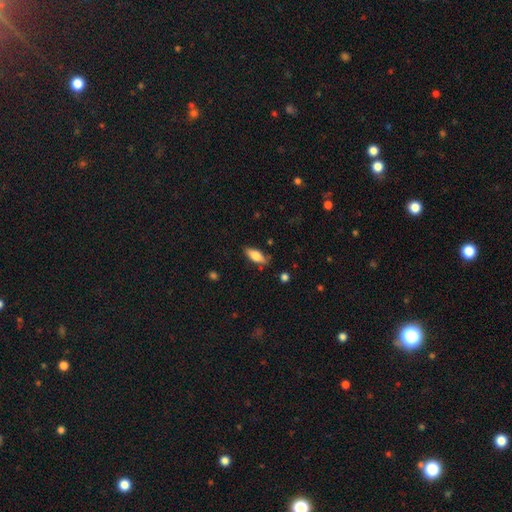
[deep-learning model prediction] Smooth or featured: smooth — 72% (featured or disk — 21%)
How rounded: in between — 74% (cigar-shaped — 23%)
Merging: none — 76% (minor disturbance — 18%)